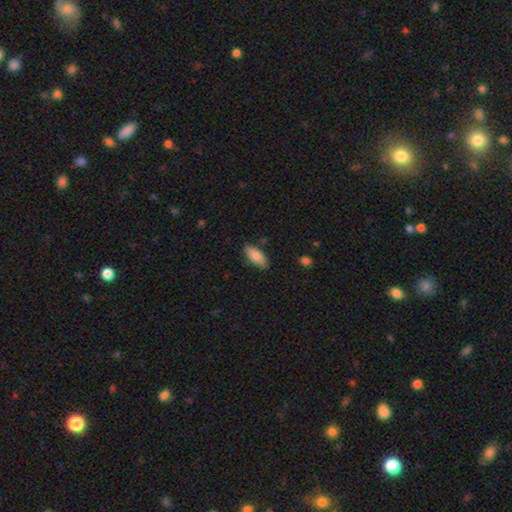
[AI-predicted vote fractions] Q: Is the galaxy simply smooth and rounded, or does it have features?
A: smooth — 87%.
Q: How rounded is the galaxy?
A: in between — 80%.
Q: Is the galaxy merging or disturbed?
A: none — 83%.